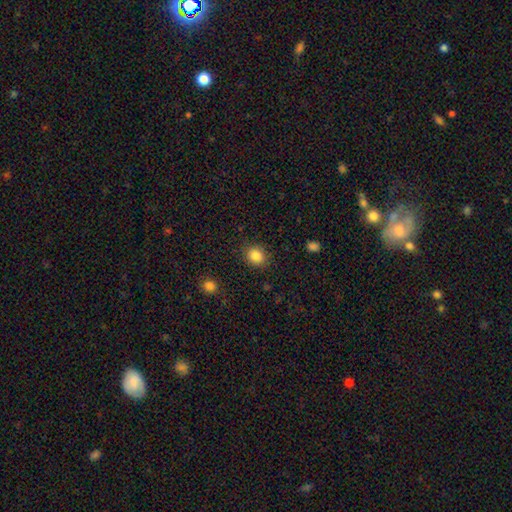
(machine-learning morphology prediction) Smooth or featured? smooth (85%)
How rounded? round (65%)
Merging? none (87%)